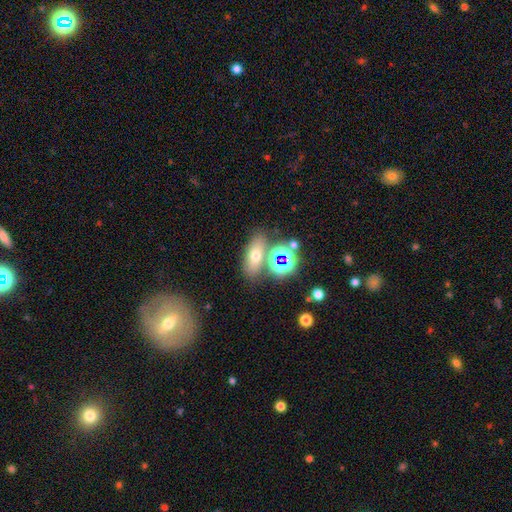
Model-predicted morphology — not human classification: A smooth galaxy with no disk features (58%) that is in between round and cigar-shaped (65%).

Vote fractions:
- Smooth or featured? smooth: 58% / star or artifact: 24% / featured or disk: 18%
- How rounded? in between: 65% / round: 21% / cigar-shaped: 14%
- Merging? none: 69% / merger: 16% / minor disturbance: 11% / major disturbance: 5%